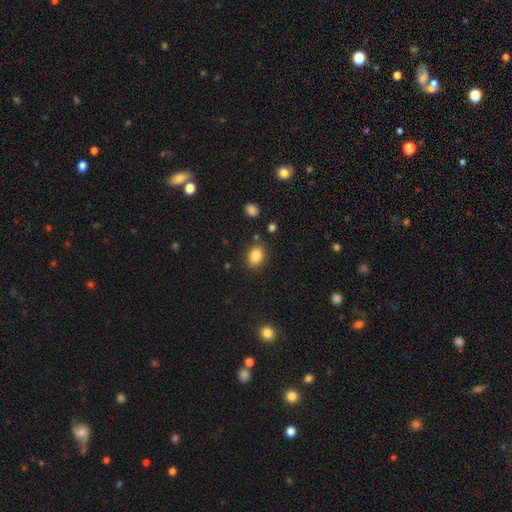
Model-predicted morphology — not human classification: This appears to be a smooth galaxy with no disk features (85%) that is in between round and cigar-shaped (70%). Merging: none (82%).